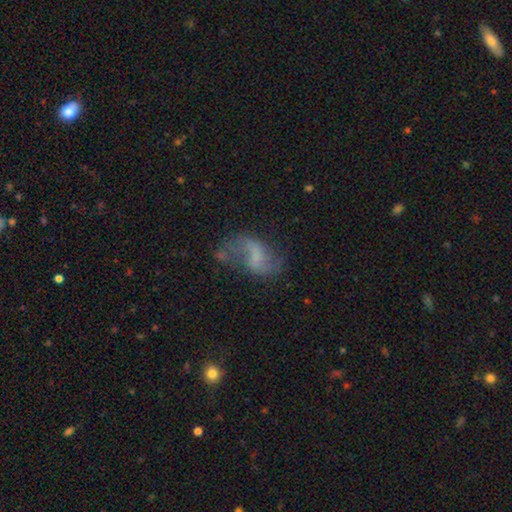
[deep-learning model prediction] The model was most divided on "bar": weak: 45%, no: 36%, strong: 19%. Remaining: edge-on disk — no (97%); spiral arms — yes (82%); spiral arm count — 2 (81%); spiral winding — loose (77%); smooth or featured — featured or disk (67%); bulge size — none (60%); merging — none (45%).